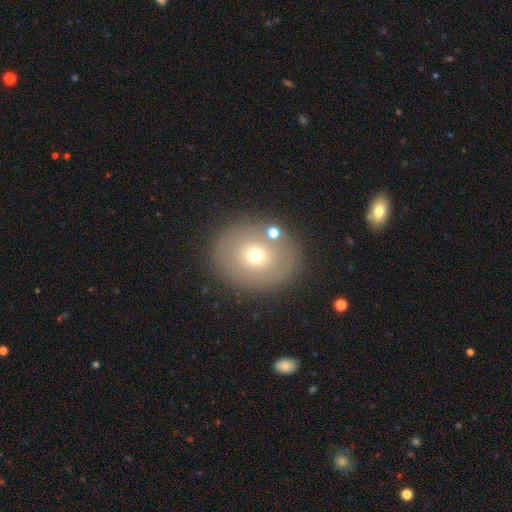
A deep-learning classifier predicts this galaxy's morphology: A smooth galaxy with no disk features (61%) that is round (73%). Merging: none (81%).